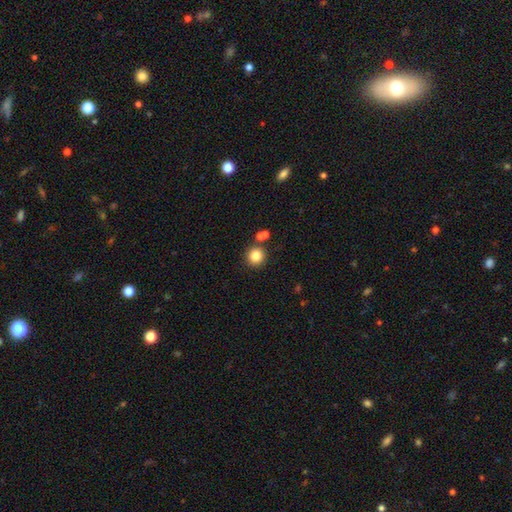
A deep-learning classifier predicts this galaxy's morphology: smooth 83%, star or artifact 11%, featured or disk 6%. Down the decision tree: how rounded — round (93%); merging — none (82%).